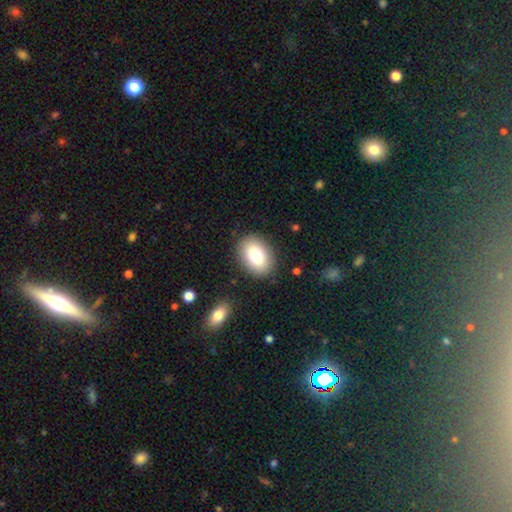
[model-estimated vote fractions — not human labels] A smooth galaxy with no disk features (79%) that is in between round and cigar-shaped (77%). Merging: none (87%).